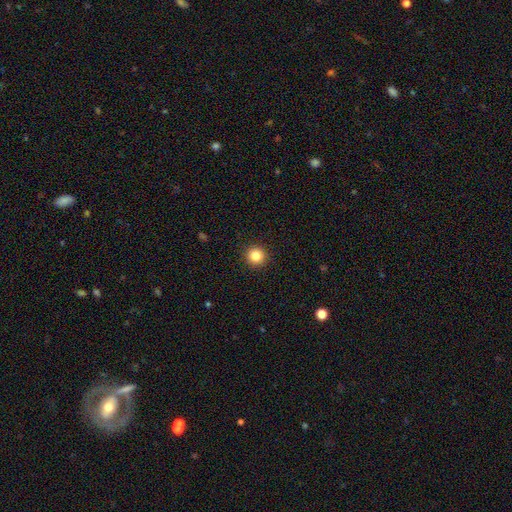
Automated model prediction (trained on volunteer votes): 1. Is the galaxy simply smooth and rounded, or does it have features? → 84% smooth, 12% star or artifact, 5% featured or disk.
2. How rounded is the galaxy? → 95% round, 4% in between, 1% cigar-shaped.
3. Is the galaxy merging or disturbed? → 93% none, 4% minor disturbance, 2% major disturbance, 1% merger.